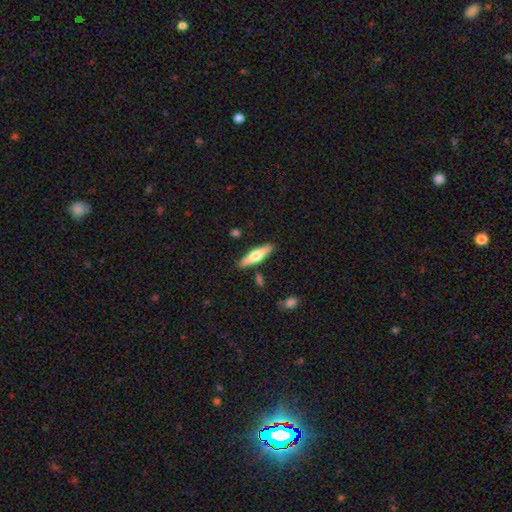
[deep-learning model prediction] A featured or disk galaxy (49%). Merging: none (87%).